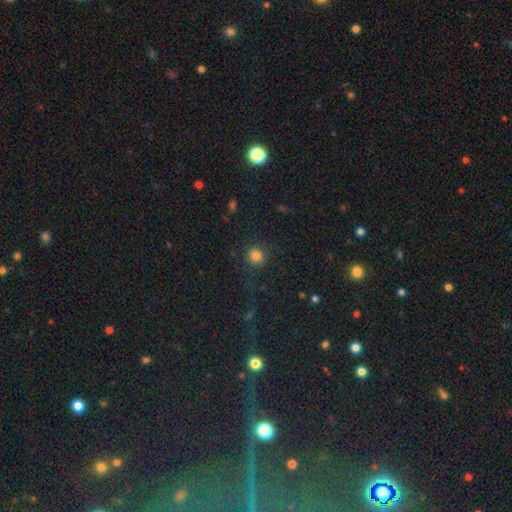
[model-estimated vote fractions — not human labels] Smooth or featured: smooth — 81% (star or artifact — 14%)
How rounded: round — 89% (in between — 10%)
Merging: none — 83% (minor disturbance — 9%)